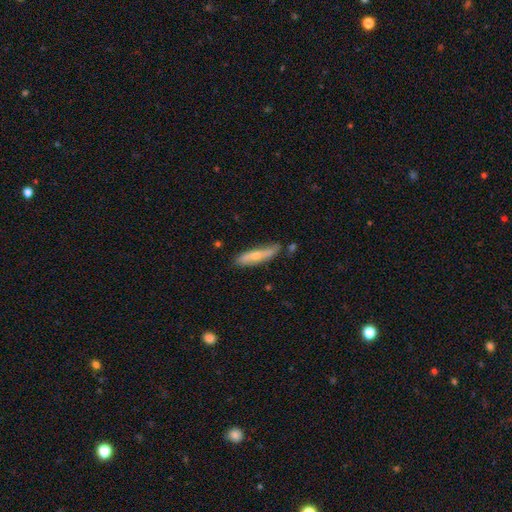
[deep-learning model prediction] The model was most divided on "smooth or featured": smooth: 49%, featured or disk: 45%, star or artifact: 6%. More confident: merging — none (69%).